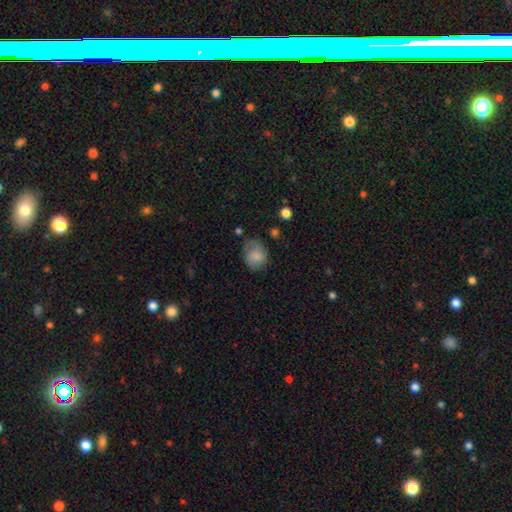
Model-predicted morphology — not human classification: smooth 73%, featured or disk 19%, star or artifact 8%. Down the decision tree: how rounded — round (56%); merging — none (61%).